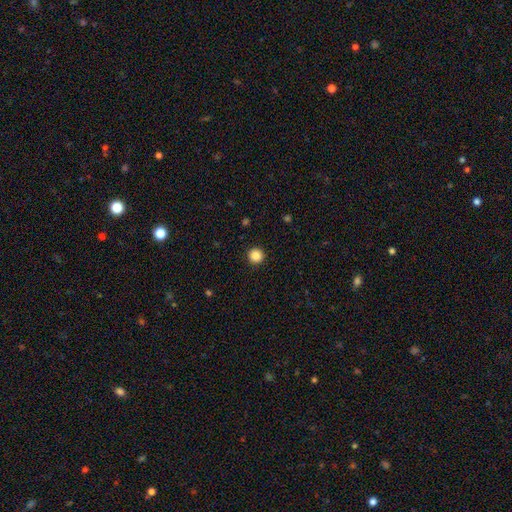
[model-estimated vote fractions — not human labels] Morphology: type=smooth (87%); roundness=round (96%); merging=none (93%).